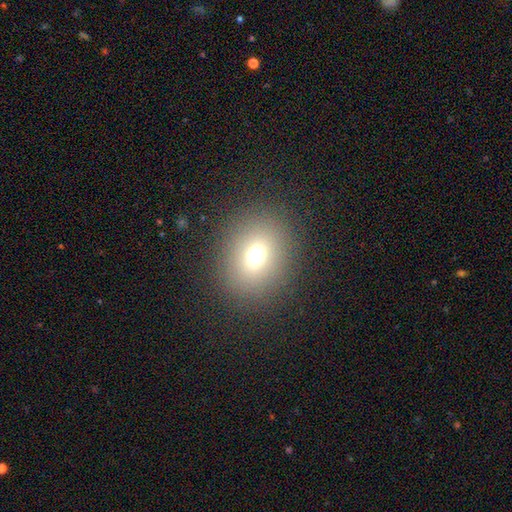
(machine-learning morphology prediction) This appears to be a smooth galaxy with no disk features (69%) that is round (64%). Merging: none (86%).